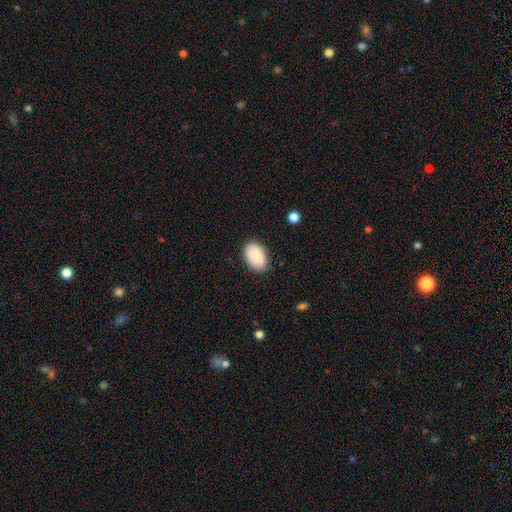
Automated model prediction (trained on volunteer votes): This appears to be a smooth galaxy with no disk features (88%) that is in between round and cigar-shaped (91%). Merging: none (86%).